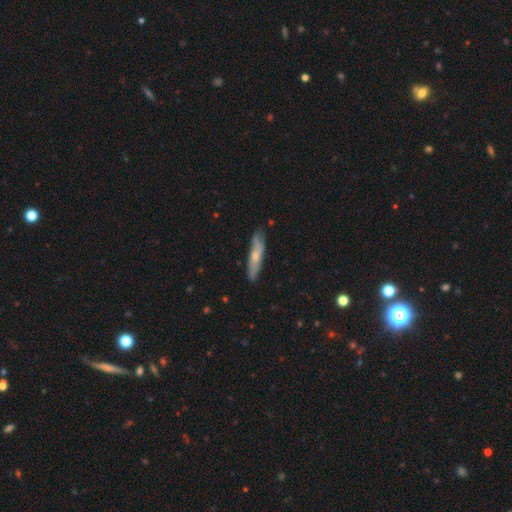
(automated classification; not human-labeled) The model was most divided on "smooth or featured": smooth: 51%, featured or disk: 43%, star or artifact: 6%. More confident: how rounded — cigar-shaped (84%); merging — none (81%).